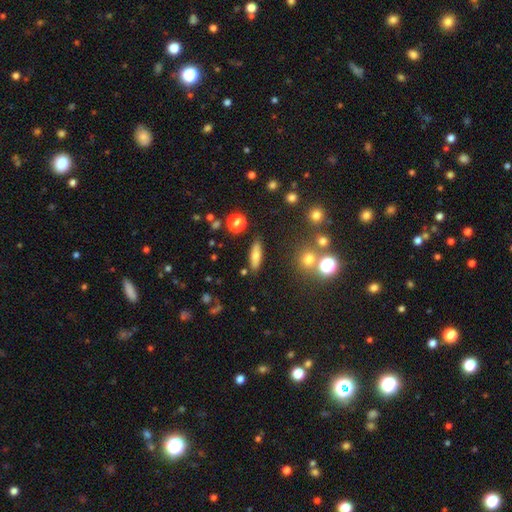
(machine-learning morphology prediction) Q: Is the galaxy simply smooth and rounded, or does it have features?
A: smooth — 67%.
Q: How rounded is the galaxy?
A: cigar-shaped — 50%.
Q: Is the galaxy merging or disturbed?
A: none — 84%.